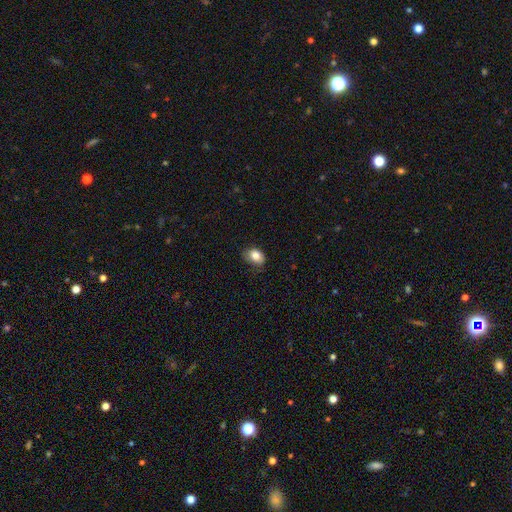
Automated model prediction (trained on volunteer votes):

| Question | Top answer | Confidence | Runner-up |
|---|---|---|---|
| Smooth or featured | smooth | 83% | star or artifact (9%) |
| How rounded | in between | 72% | round (27%) |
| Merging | none | 69% | minor disturbance (25%) |